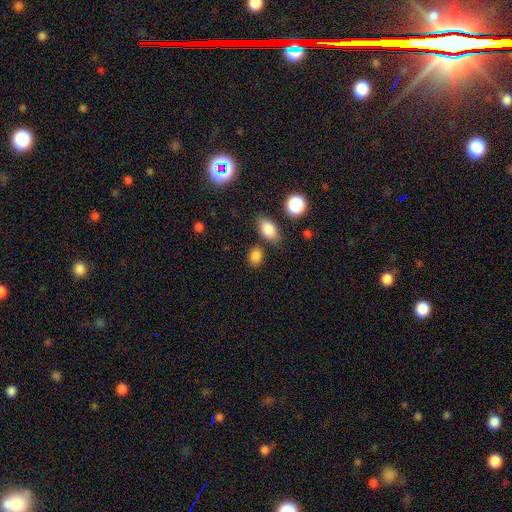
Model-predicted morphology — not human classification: This is clearly a smooth galaxy (84%). How rounded: likely in between (62%). Merging: likely none (75%).